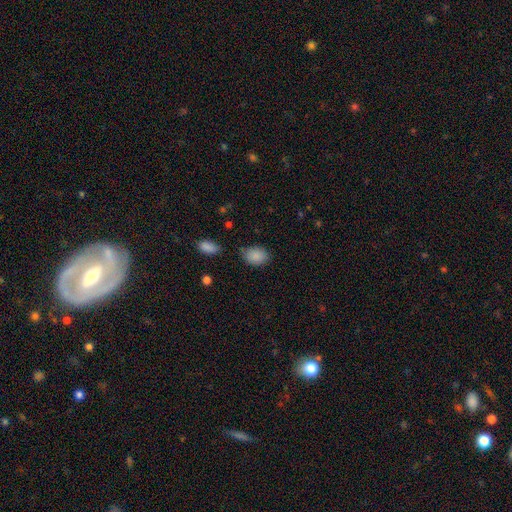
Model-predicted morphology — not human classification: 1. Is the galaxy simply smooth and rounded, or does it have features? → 87% smooth, 8% star or artifact, 5% featured or disk.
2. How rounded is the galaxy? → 76% in between, 23% round, 1% cigar-shaped.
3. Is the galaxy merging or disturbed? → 72% none, 19% minor disturbance, 4% major disturbance, 4% merger.